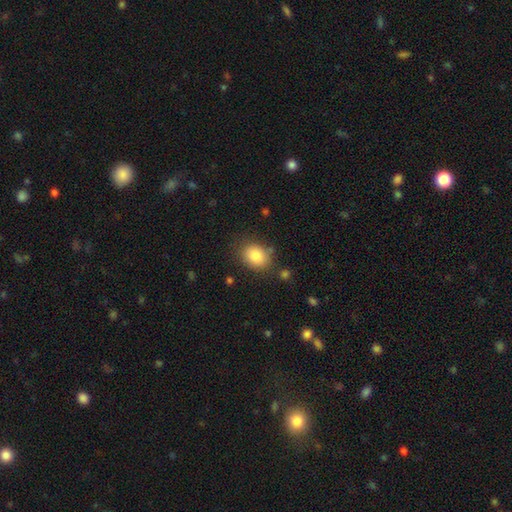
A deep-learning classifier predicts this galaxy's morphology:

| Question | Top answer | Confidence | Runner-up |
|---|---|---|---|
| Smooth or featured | smooth | 85% | star or artifact (9%) |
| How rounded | in between | 57% | round (42%) |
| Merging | none | 76% | minor disturbance (15%) |